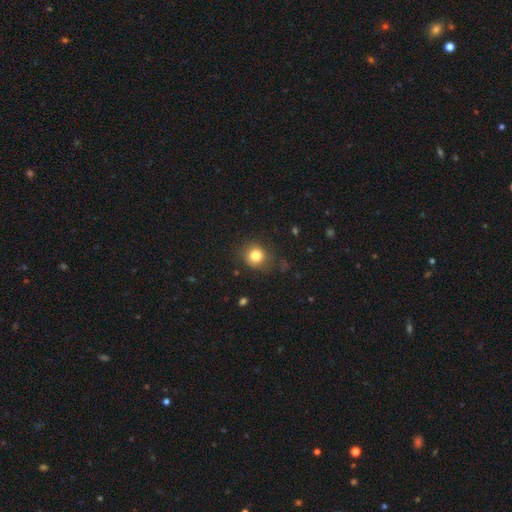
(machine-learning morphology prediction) Smooth or featured?
  - smooth: 81% *
  - star or artifact: 12%
  - featured or disk: 7%
How rounded?
  - round: 86% *
  - in between: 13%
  - cigar-shaped: 1%
Merging?
  - none: 81% *
  - minor disturbance: 13%
  - major disturbance: 4%
  - merger: 1%